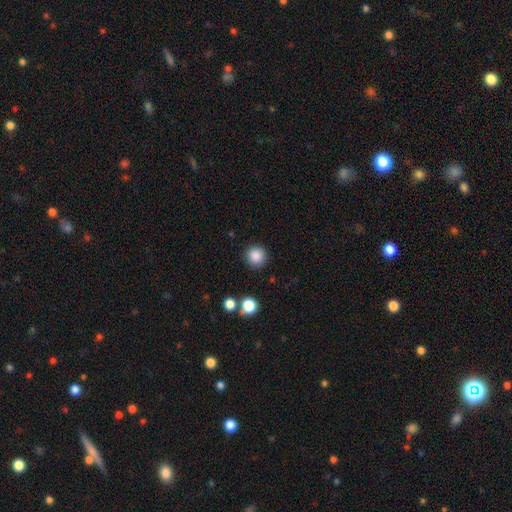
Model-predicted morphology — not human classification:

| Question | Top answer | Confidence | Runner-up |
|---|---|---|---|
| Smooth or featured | smooth | 86% | star or artifact (10%) |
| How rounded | round | 94% | in between (5%) |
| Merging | none | 89% | minor disturbance (7%) |